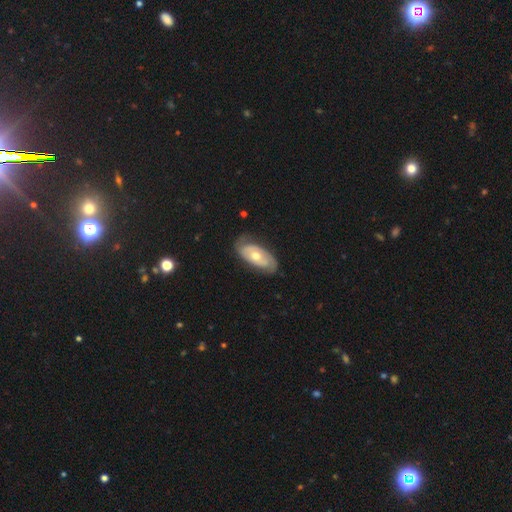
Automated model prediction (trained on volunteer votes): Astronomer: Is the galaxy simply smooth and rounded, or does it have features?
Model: featured or disk — 69%.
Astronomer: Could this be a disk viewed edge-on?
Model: no — 91%.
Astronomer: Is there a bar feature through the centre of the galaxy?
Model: no — 75%.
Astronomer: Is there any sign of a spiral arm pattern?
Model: yes — 74%.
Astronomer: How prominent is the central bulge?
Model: moderate — 71%.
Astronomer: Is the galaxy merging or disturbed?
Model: none — 72%.